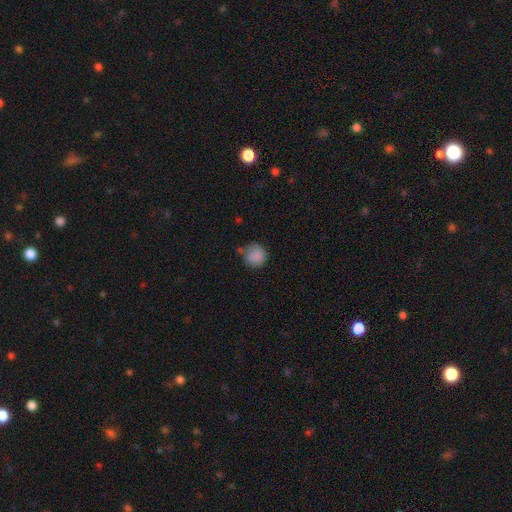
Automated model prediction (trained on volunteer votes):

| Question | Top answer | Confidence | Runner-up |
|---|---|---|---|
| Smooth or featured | smooth | 85% | star or artifact (8%) |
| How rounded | round | 90% | in between (10%) |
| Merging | none | 64% | minor disturbance (23%) |